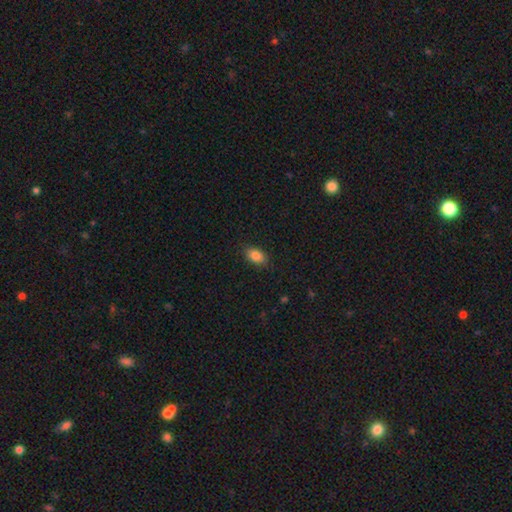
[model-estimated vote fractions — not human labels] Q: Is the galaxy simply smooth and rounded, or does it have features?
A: smooth — 86%.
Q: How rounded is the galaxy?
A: in between — 89%.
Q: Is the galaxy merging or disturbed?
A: none — 86%.